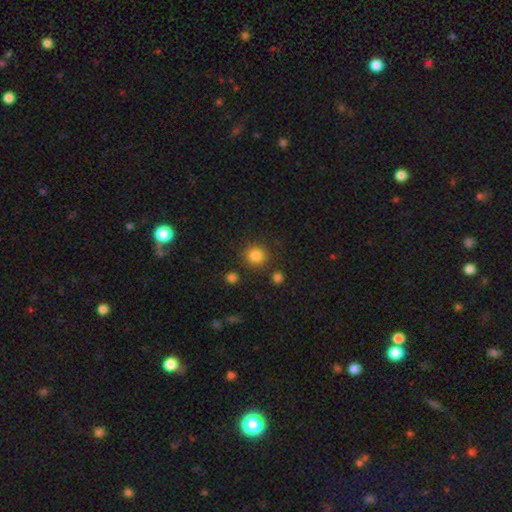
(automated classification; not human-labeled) smooth_or_featured: smooth (p=0.84) [alt: star or artifact p=0.11]
how_rounded: round (p=0.90) [alt: in between p=0.09]
merging: none (p=0.86) [alt: minor disturbance p=0.07]